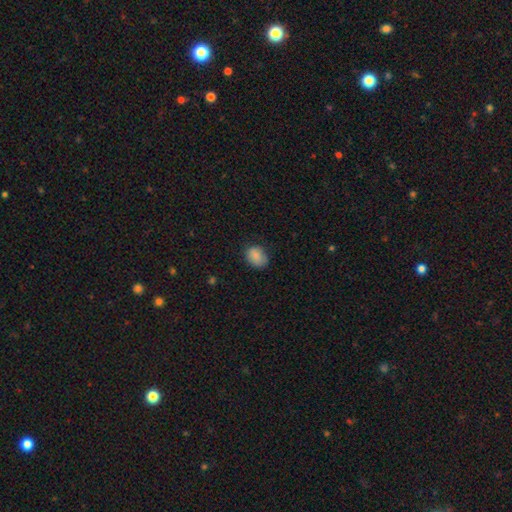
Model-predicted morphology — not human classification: type=smooth (86%); roundness=in between (66%); merging=none (74%).